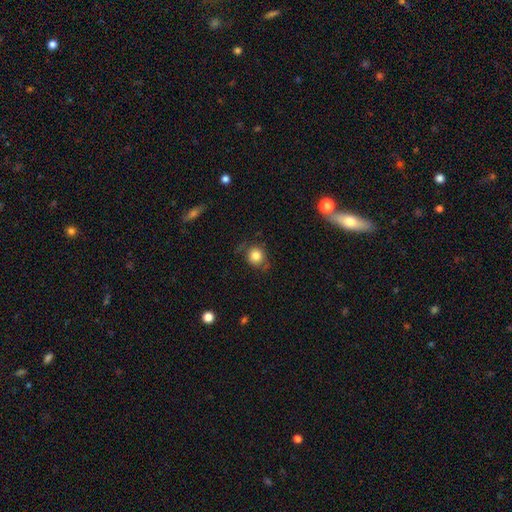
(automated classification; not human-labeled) This is clearly a smooth galaxy (82%). How rounded: clearly round (86%). Merging: likely none (72%).